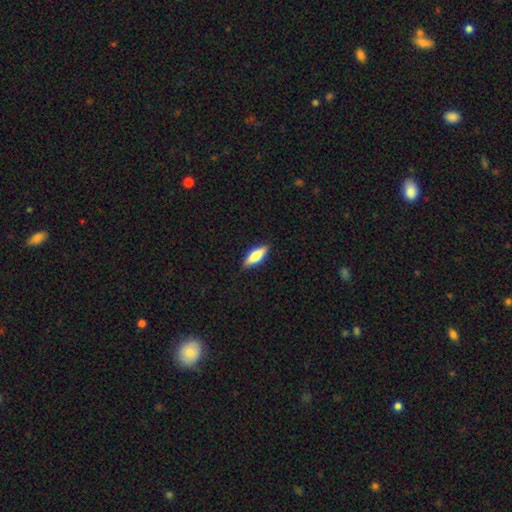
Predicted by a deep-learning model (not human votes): Q: Smooth or featured?
A: smooth (53%); runner-up: featured or disk (41%)
Q: How rounded?
A: in between (51%); runner-up: cigar-shaped (47%)
Q: Merging?
A: none (88%); runner-up: minor disturbance (9%)